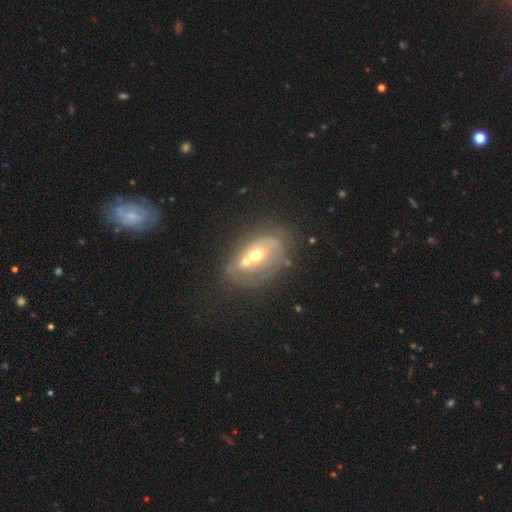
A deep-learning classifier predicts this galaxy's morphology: The model was most divided on "merging": merger: 40%, none: 30%, minor disturbance: 16%, major disturbance: 13%. More confident: edge-on disk — no (95%); bar — no (83%); bulge size — moderate (70%); spiral arms — no (65%); smooth or featured — featured or disk (61%).